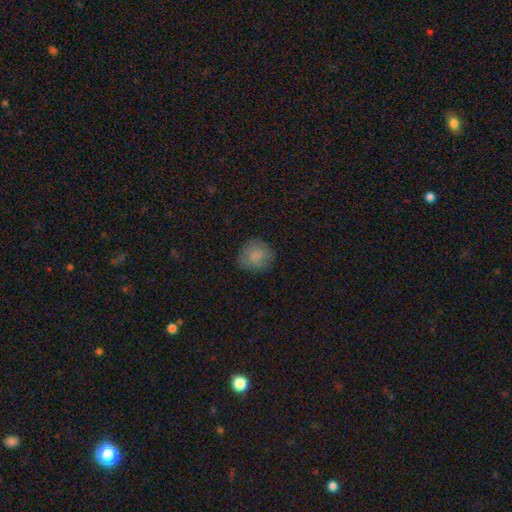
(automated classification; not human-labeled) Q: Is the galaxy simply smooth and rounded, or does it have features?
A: smooth — 83%.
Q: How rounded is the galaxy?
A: round — 82%.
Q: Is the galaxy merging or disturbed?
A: none — 80%.